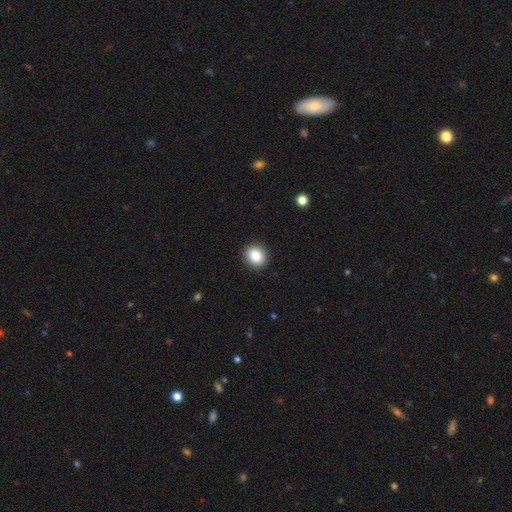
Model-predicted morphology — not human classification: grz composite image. It shows a smooth galaxy with no disk features (83%) that is round (81%). Merging: none (92%).